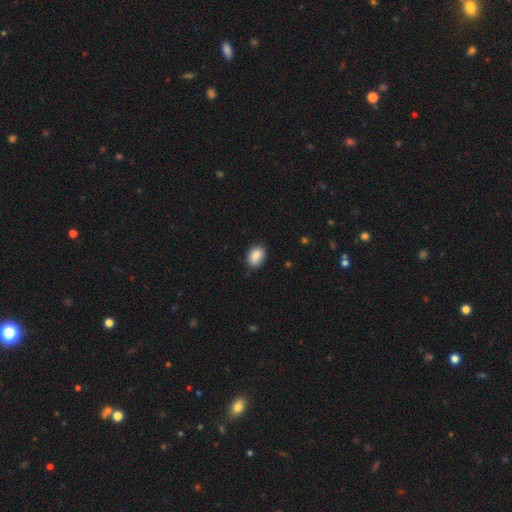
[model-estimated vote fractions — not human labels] Smooth or featured? Predicted: smooth (p=0.88). How rounded? Predicted: in between (p=0.79). Merging? Predicted: none (p=0.86).